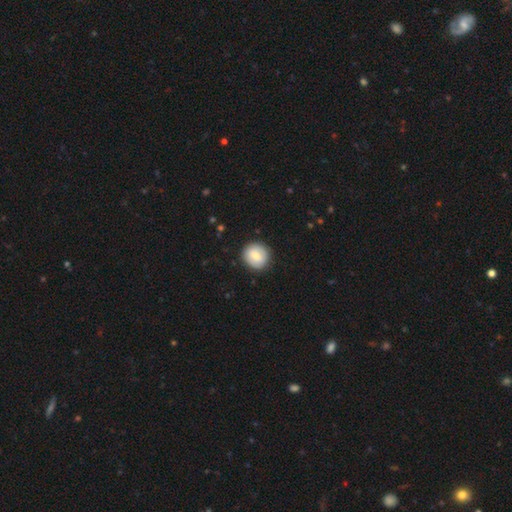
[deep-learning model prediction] Smooth or featured?
  - smooth: 75% *
  - featured or disk: 18%
  - star or artifact: 7%
How rounded?
  - round: 92% *
  - in between: 7%
  - cigar-shaped: 1%
Merging?
  - none: 89% *
  - minor disturbance: 7%
  - major disturbance: 2%
  - merger: 1%